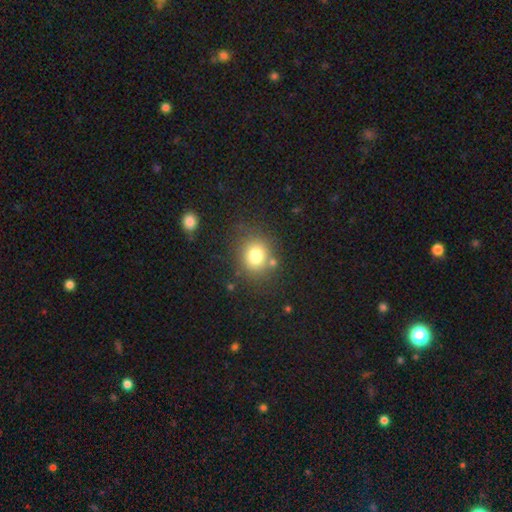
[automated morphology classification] This appears to be a smooth galaxy with no disk features (78%) that is round (77%). Merging: none (77%).